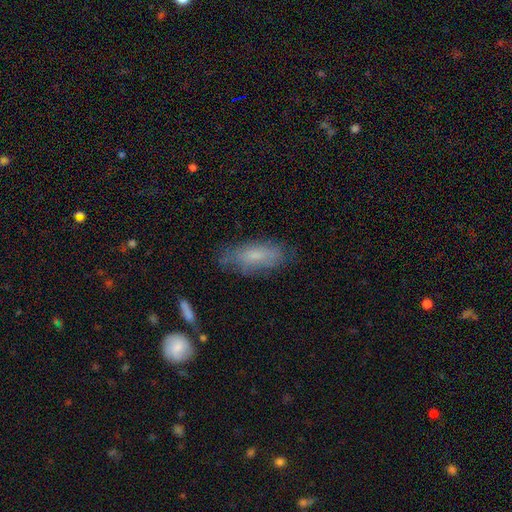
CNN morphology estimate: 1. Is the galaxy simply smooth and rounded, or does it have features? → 66% smooth, 26% featured or disk, 8% star or artifact.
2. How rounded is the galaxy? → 74% in between, 24% cigar-shaped, 3% round.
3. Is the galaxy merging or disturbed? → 68% none, 23% minor disturbance, 7% major disturbance, 2% merger.